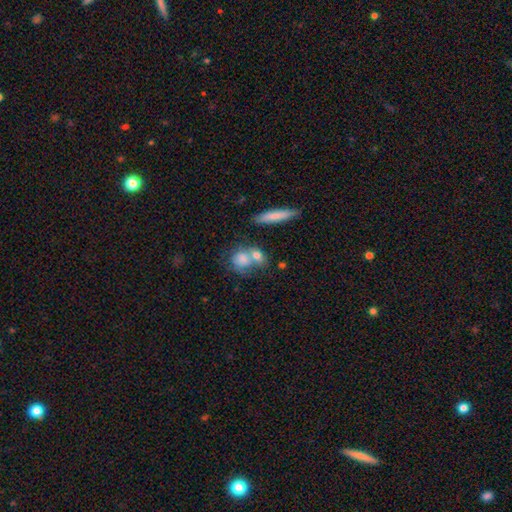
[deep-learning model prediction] Q: Smooth or featured?
A: smooth (69%); runner-up: featured or disk (20%)
Q: How rounded?
A: round (47%); runner-up: in between (43%)
Q: Merging?
A: none (42%); runner-up: merger (38%)